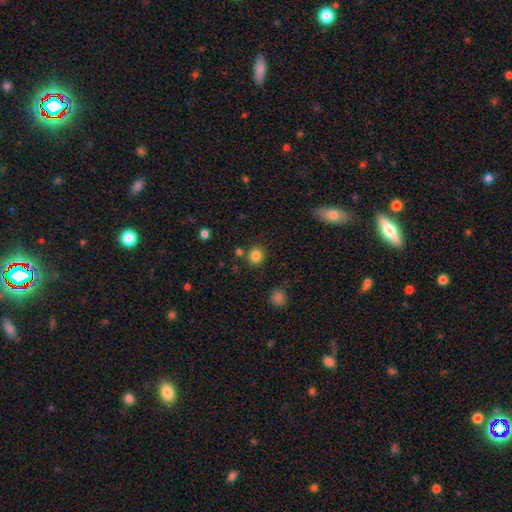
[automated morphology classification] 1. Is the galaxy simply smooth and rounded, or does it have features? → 84% smooth, 12% star or artifact, 5% featured or disk.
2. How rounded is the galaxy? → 79% round, 20% in between, 1% cigar-shaped.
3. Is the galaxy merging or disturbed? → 82% none, 9% minor disturbance, 6% merger, 3% major disturbance.